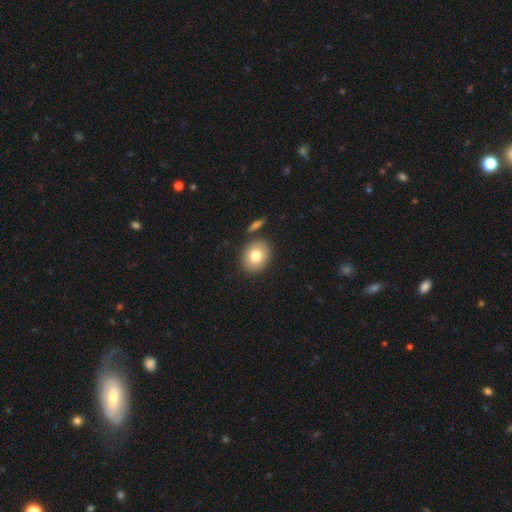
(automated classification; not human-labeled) A smooth galaxy with no disk features (79%) that is round (61%).

Vote fractions:
- Smooth or featured? smooth: 79% / featured or disk: 13% / star or artifact: 8%
- How rounded? round: 61% / in between: 38% / cigar-shaped: 1%
- Merging? none: 81% / minor disturbance: 9% / merger: 8% / major disturbance: 3%